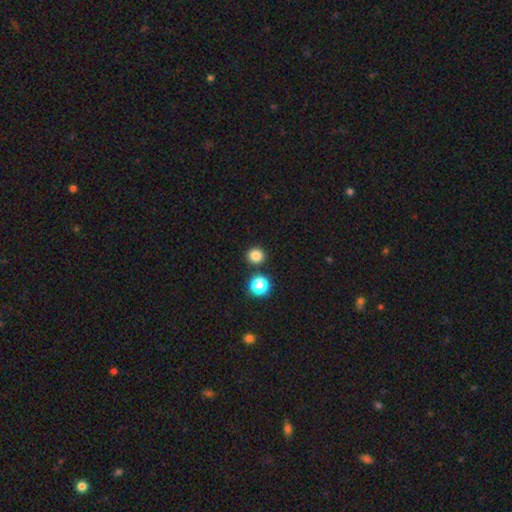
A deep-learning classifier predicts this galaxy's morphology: smooth_or_featured: smooth (p=0.81) [alt: star or artifact p=0.15]
how_rounded: round (p=0.92) [alt: in between p=0.07]
merging: none (p=0.87) [alt: minor disturbance p=0.06]